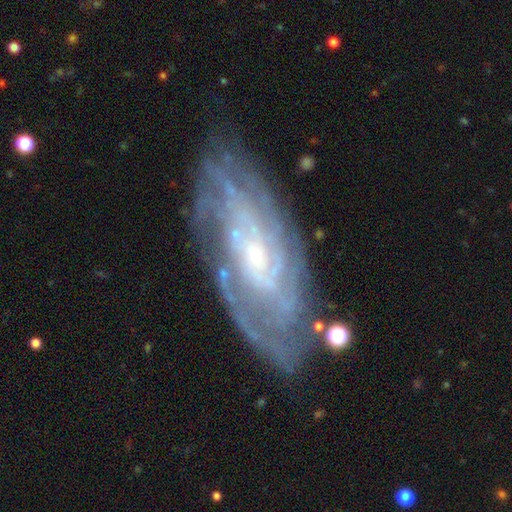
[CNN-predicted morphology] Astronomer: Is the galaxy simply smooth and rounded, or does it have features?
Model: featured or disk — 87%.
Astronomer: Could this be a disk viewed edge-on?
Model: no — 91%.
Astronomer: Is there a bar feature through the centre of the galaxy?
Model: no — 59%.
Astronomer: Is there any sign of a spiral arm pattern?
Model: yes — 96%.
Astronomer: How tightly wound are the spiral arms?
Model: tight — 72%.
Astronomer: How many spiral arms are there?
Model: can't tell — 37% (runner-up: 4, 18%).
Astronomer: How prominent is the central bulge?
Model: small — 74%.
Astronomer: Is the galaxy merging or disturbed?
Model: none — 77%.